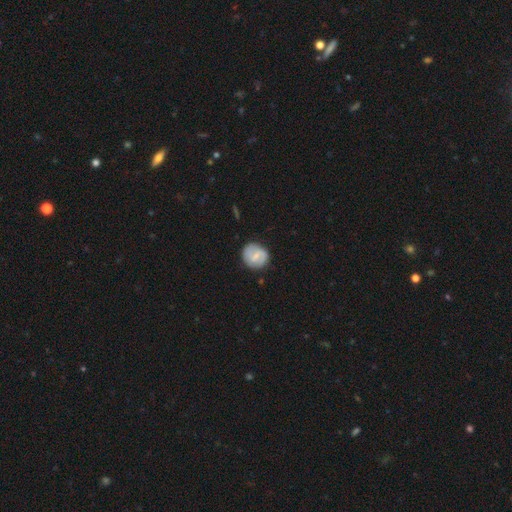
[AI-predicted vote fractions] smooth_or_featured: featured or disk (p=0.53) [alt: smooth p=0.41]
disk_edge_on: no (p=0.97) [alt: yes p=0.03]
bar: weak (p=0.56) [alt: strong p=0.23]
has_spiral_arms: yes (p=0.79) [alt: no p=0.21]
bulge_size: small (p=0.55) [alt: moderate p=0.25]
merging: none (p=0.82) [alt: minor disturbance p=0.13]